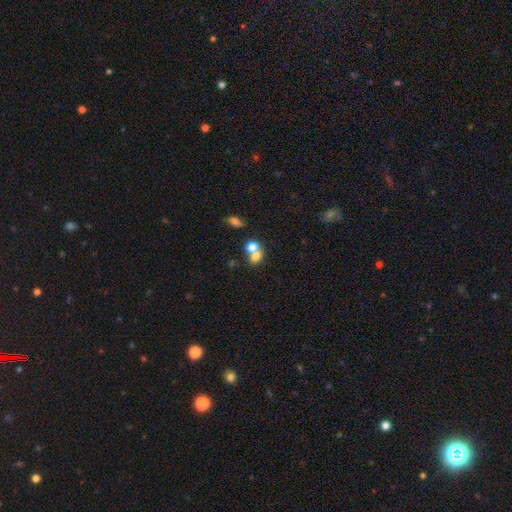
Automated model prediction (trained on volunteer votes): A smooth galaxy with no disk features (72%) that is round (50%).

Vote fractions:
- Smooth or featured? smooth: 72% / featured or disk: 16% / star or artifact: 12%
- How rounded? round: 50% / in between: 48% / cigar-shaped: 1%
- Merging? merger: 59% / none: 29% / minor disturbance: 7% / major disturbance: 4%